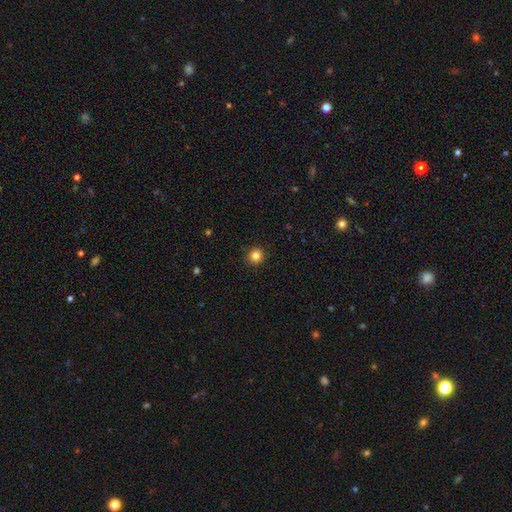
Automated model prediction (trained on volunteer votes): smooth_or_featured: smooth (p=0.84) [alt: star or artifact p=0.12]
how_rounded: round (p=0.92) [alt: in between p=0.07]
merging: none (p=0.92) [alt: minor disturbance p=0.06]